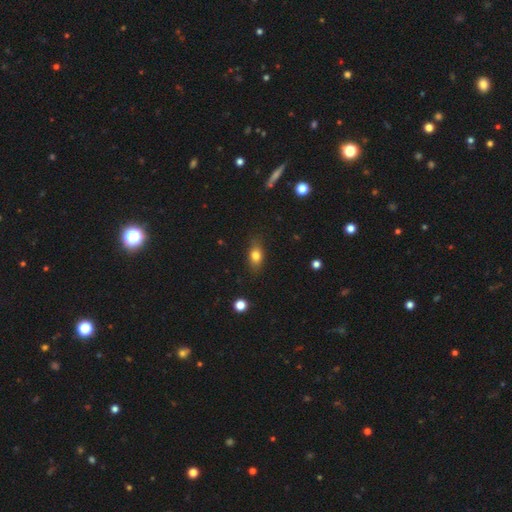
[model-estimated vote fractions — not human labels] smooth-or-featured: smooth: 76% | featured or disk: 14% | star or artifact: 9%
  how-rounded: in between: 75% | round: 15% | cigar-shaped: 11%
  merging: none: 81% | minor disturbance: 14% | major disturbance: 3% | merger: 1%